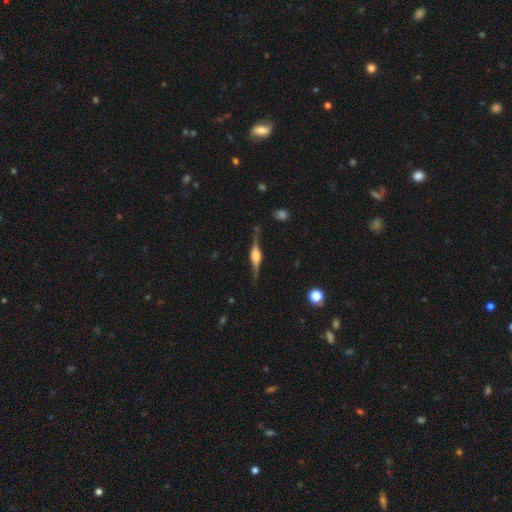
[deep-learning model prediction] Morphology: type=featured or disk (84%); edge-on=yes (98%); edge-on bulge=rounded (86%); merging=none (86%).